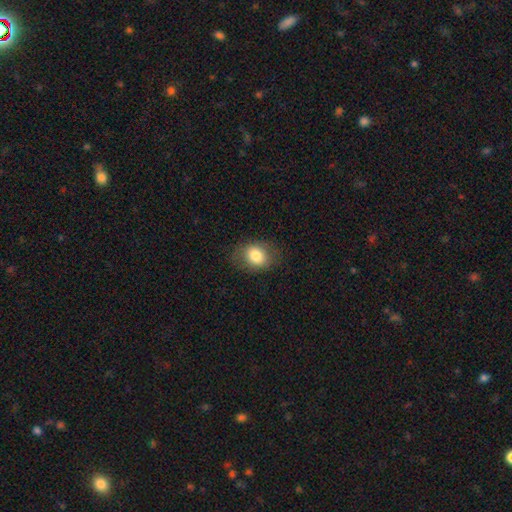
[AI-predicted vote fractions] This appears to be a smooth galaxy with no disk features (80%) that is in between round and cigar-shaped (60%). Merging: none (79%).